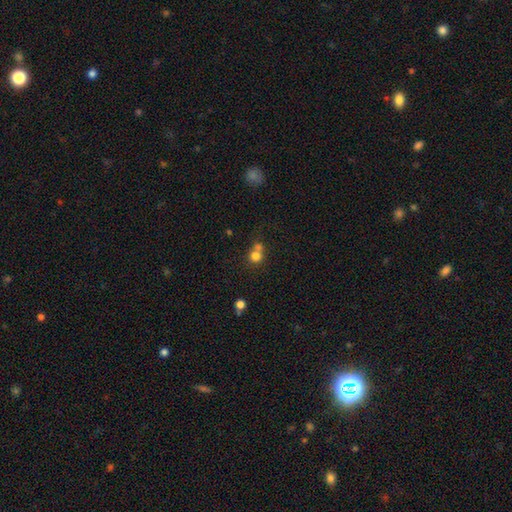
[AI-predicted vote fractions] smooth-or-featured: smooth: 77% | star or artifact: 13% | featured or disk: 10%
  how-rounded: round: 87% | in between: 12% | cigar-shaped: 1%
  merging: merger: 45% | none: 44% | minor disturbance: 7% | major disturbance: 4%